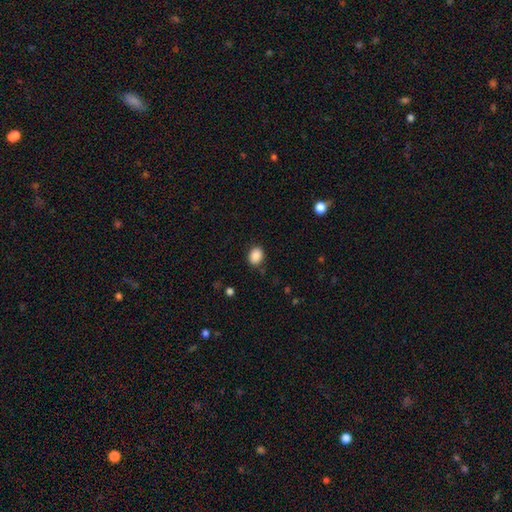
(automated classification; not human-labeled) A smooth galaxy with no disk features (88%) that is in between round and cigar-shaped (59%).

Vote fractions:
- Smooth or featured? smooth: 88% / star or artifact: 8% / featured or disk: 3%
- How rounded? in between: 59% / round: 40% / cigar-shaped: 1%
- Merging? none: 85% / minor disturbance: 10% / major disturbance: 3% / merger: 2%